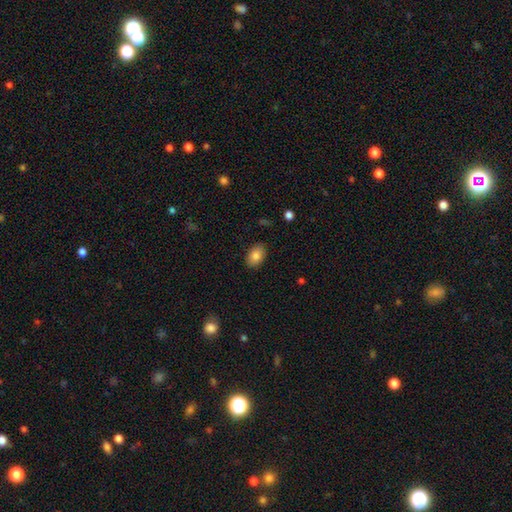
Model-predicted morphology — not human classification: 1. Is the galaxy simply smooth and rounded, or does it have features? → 84% smooth, 8% featured or disk, 8% star or artifact.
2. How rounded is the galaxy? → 88% in between, 11% round, 1% cigar-shaped.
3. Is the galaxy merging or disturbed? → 88% none, 9% minor disturbance, 2% major disturbance, 1% merger.